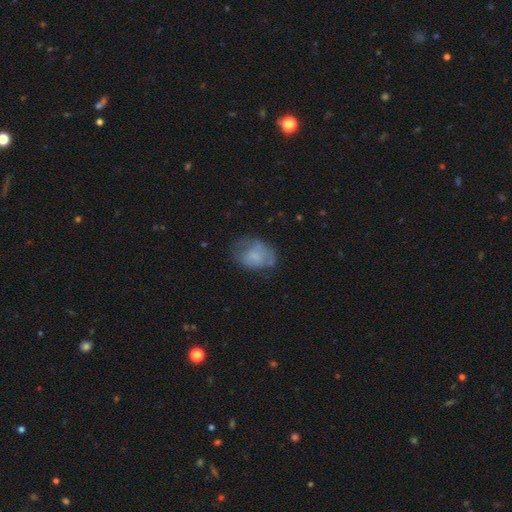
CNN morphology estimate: The model was most divided on "merging": none: 46%, minor disturbance: 30%, major disturbance: 21%, merger: 3%. More confident: how rounded — in between (74%); smooth or featured — smooth (60%).